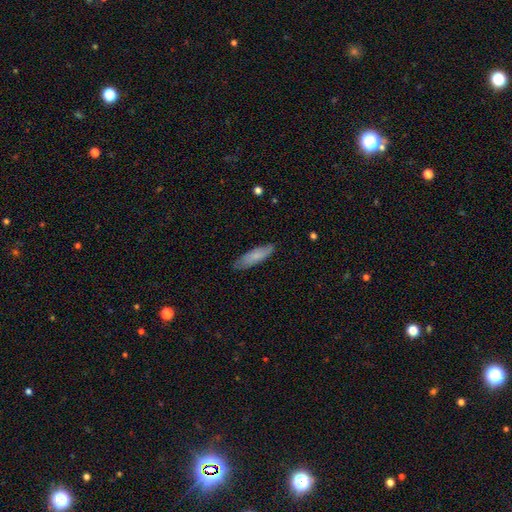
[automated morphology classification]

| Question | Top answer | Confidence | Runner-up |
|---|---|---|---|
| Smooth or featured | smooth | 70% | featured or disk (24%) |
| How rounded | cigar-shaped | 59% | in between (39%) |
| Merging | none | 78% | minor disturbance (18%) |